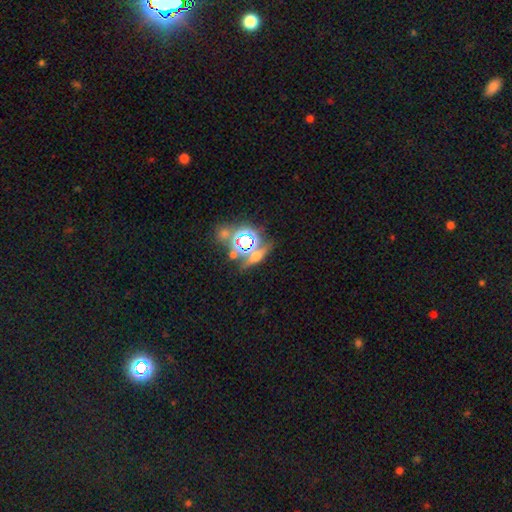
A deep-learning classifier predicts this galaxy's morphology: A star or artifact, not a galaxy (43%).

Vote fractions:
- Smooth or featured? star or artifact: 43% / smooth: 35% / featured or disk: 22%